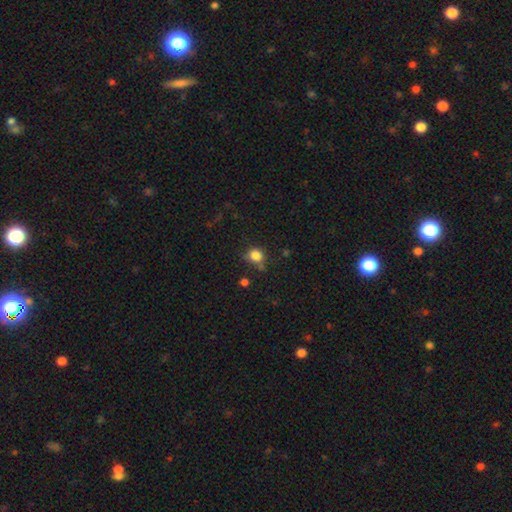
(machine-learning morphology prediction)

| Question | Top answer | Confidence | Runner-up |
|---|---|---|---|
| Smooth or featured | smooth | 82% | star or artifact (12%) |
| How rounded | round | 78% | in between (21%) |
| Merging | none | 62% | minor disturbance (22%) |